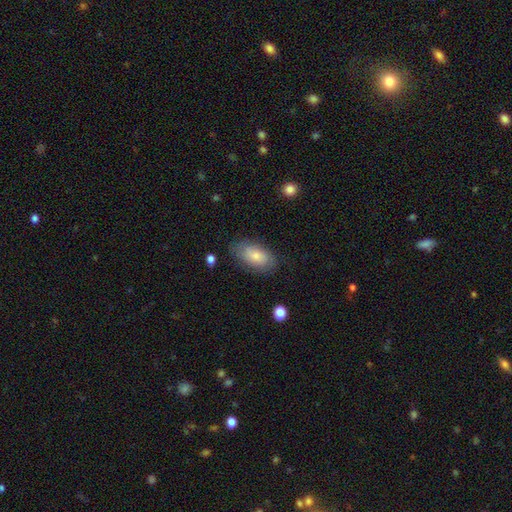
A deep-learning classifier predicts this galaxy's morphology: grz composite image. It shows a smooth galaxy with no disk features (75%) that is in between round and cigar-shaped (93%). Merging: none (76%).